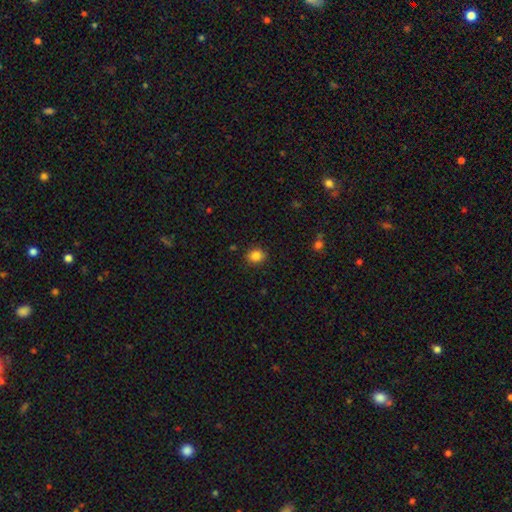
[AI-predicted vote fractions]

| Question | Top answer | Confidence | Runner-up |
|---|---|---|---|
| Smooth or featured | smooth | 84% | star or artifact (10%) |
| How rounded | round | 62% | in between (37%) |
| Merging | none | 86% | minor disturbance (10%) |